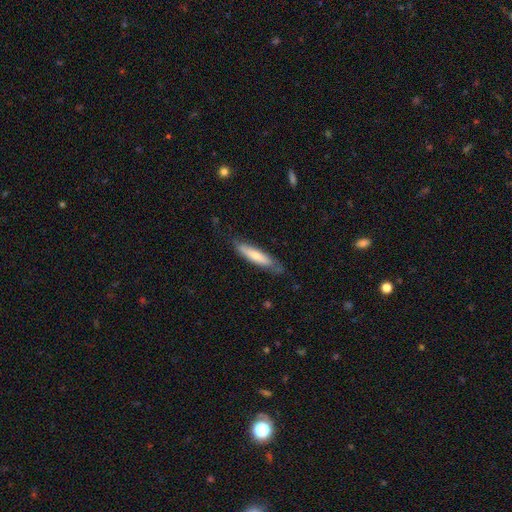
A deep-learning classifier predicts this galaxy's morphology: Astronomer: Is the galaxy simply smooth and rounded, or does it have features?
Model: smooth — 65%.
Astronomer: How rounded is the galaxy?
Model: cigar-shaped — 79%.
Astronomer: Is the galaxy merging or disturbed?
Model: none — 72%.